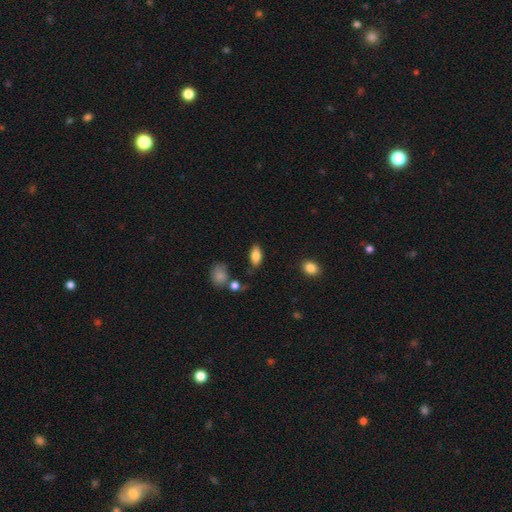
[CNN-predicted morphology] smooth 79%, featured or disk 14%, star or artifact 8%. Down the decision tree: how rounded — in between (88%); merging — none (79%).